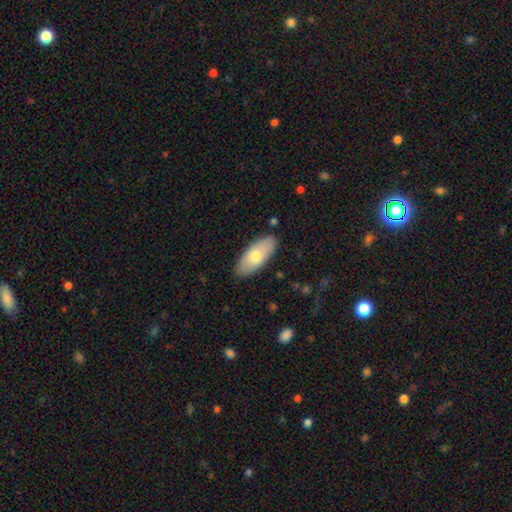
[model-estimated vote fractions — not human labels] Overall: smooth (71%). How rounded: in between (84%). Merging: none (87%).